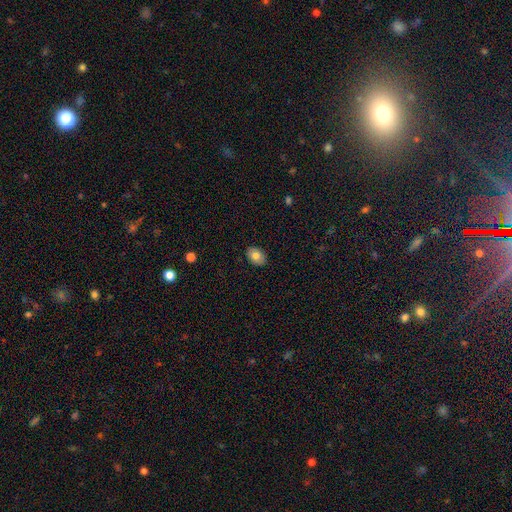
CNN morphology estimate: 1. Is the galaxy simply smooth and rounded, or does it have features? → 79% smooth, 13% featured or disk, 8% star or artifact.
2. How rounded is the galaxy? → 77% in between, 22% round, 1% cigar-shaped.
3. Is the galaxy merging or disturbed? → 88% none, 9% minor disturbance, 2% major disturbance, 1% merger.